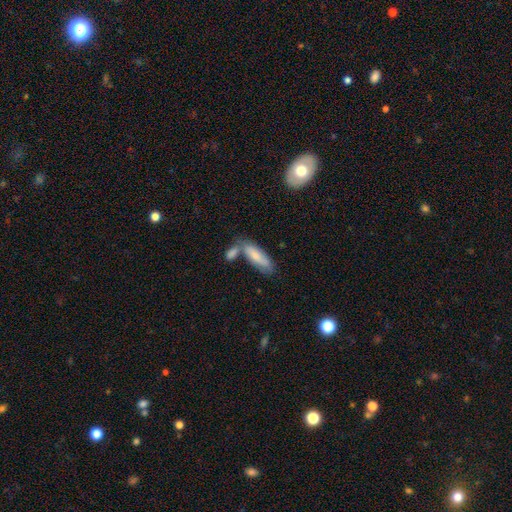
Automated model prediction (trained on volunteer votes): This is likely a smooth galaxy (75%). How rounded: possibly in between (54%). Merging: possibly none (49%).